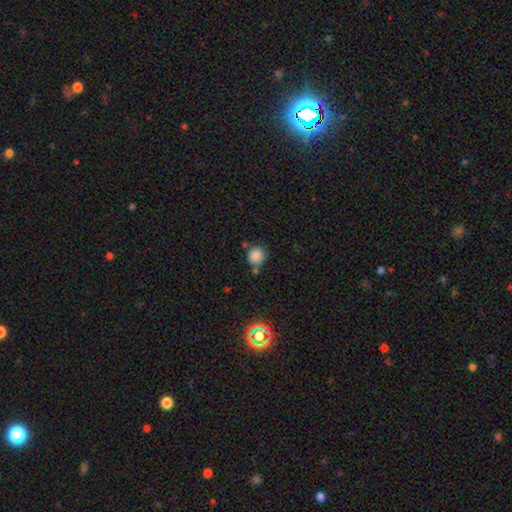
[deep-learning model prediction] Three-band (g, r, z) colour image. It shows a smooth galaxy with no disk features (82%) that is round (90%). Merging: none (68%).